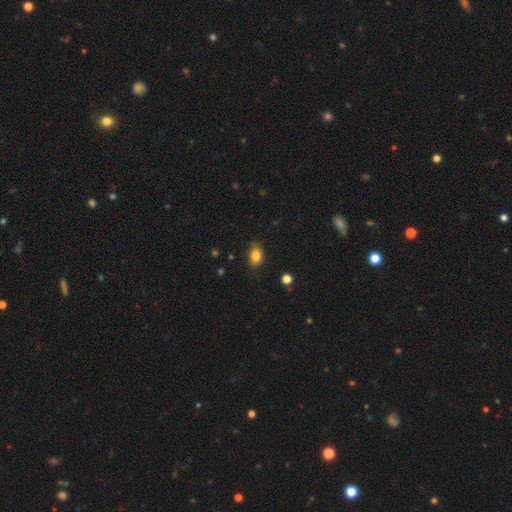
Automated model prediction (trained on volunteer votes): A smooth galaxy with no disk features (82%) that is in between round and cigar-shaped (84%). Merging: none (81%).